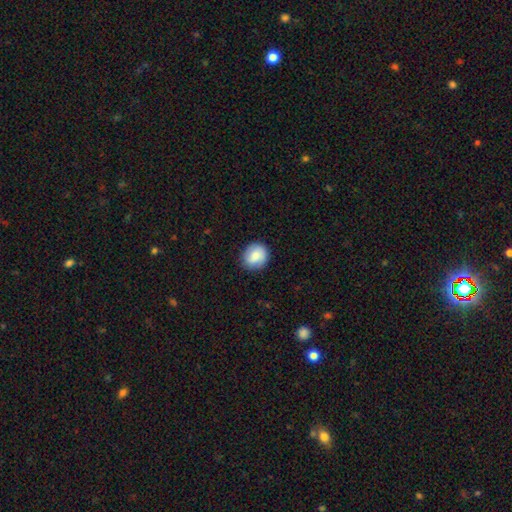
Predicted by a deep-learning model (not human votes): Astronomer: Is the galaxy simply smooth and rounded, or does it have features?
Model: smooth — 82%.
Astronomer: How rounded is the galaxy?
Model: round — 77%.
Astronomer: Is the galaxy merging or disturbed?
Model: none — 84%.